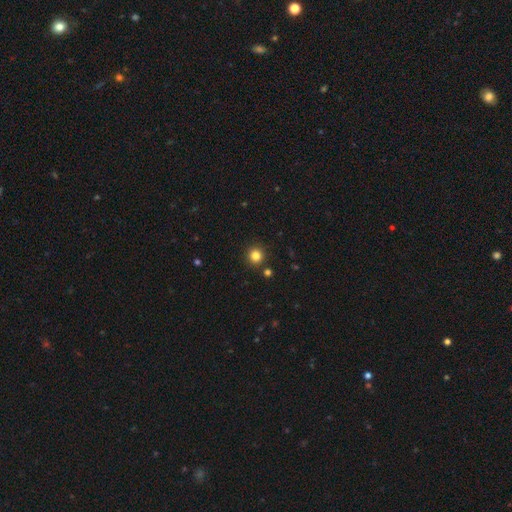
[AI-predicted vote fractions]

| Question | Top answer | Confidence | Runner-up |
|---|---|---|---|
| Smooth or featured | smooth | 82% | star or artifact (13%) |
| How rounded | round | 93% | in between (6%) |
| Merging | none | 89% | minor disturbance (6%) |